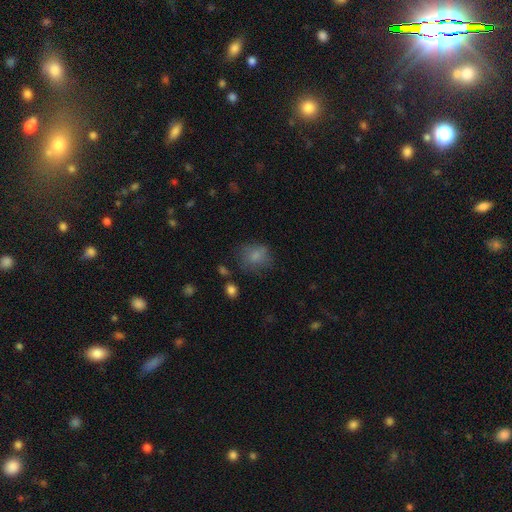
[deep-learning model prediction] Q: Smooth or featured?
A: smooth (77%); runner-up: featured or disk (12%)
Q: How rounded?
A: round (59%); runner-up: in between (40%)
Q: Merging?
A: none (61%); runner-up: minor disturbance (23%)